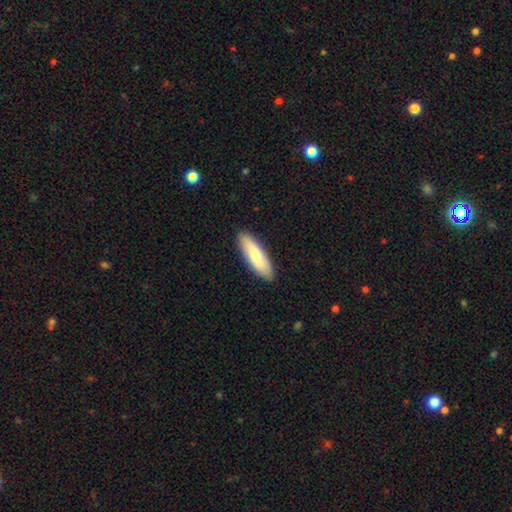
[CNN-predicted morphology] smooth 74%, featured or disk 21%, star or artifact 5%. Down the decision tree: how rounded — cigar-shaped (52%); merging — none (89%).